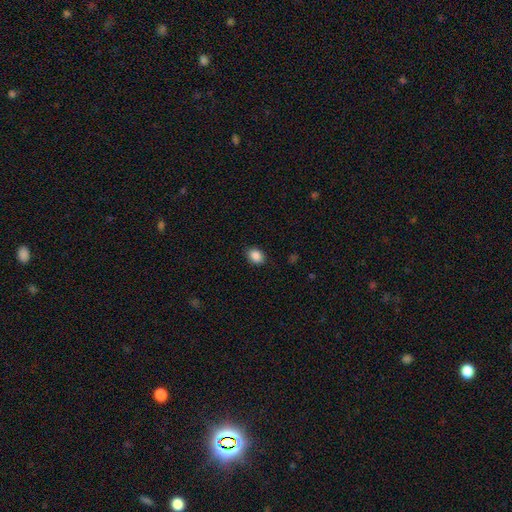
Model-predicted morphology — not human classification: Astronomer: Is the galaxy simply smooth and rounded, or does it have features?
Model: smooth — 88%.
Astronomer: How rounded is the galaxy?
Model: in between — 58% (runner-up: round, 41%).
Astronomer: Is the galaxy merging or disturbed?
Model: none — 88%.